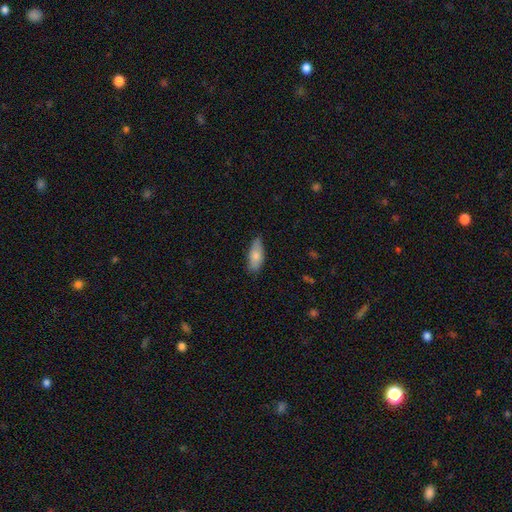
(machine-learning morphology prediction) smooth_or_featured: smooth (p=0.78) [alt: featured or disk p=0.16]
how_rounded: in between (p=0.78) [alt: cigar-shaped p=0.20]
merging: none (p=0.72) [alt: minor disturbance p=0.24]